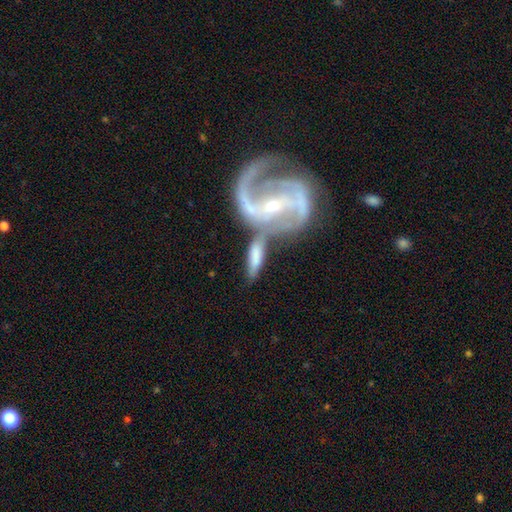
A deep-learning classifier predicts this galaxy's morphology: type=featured or disk (51%); edge-on=no (75%); merging=merger (53%).